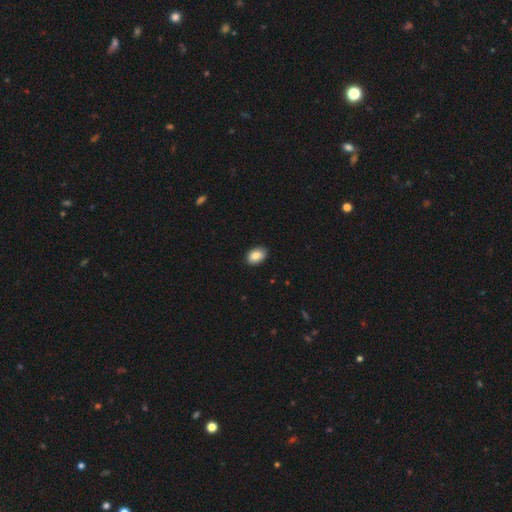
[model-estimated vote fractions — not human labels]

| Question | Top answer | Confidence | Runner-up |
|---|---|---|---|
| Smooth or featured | smooth | 87% | star or artifact (7%) |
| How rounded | in between | 85% | round (14%) |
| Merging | none | 89% | minor disturbance (8%) |